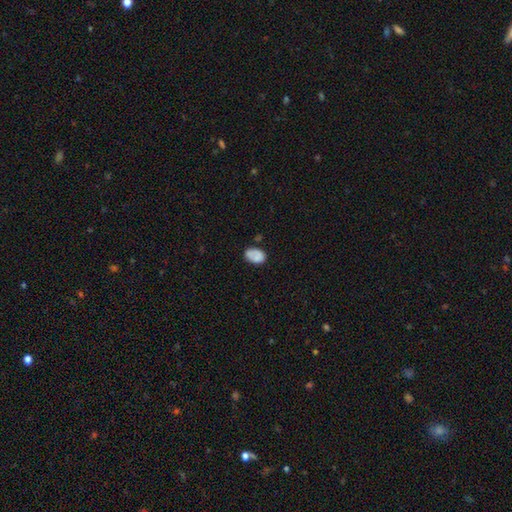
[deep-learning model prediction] smooth_or_featured: smooth (p=0.78) [alt: featured or disk p=0.14]
how_rounded: in between (p=0.85) [alt: round p=0.14]
merging: none (p=0.63) [alt: minor disturbance p=0.24]